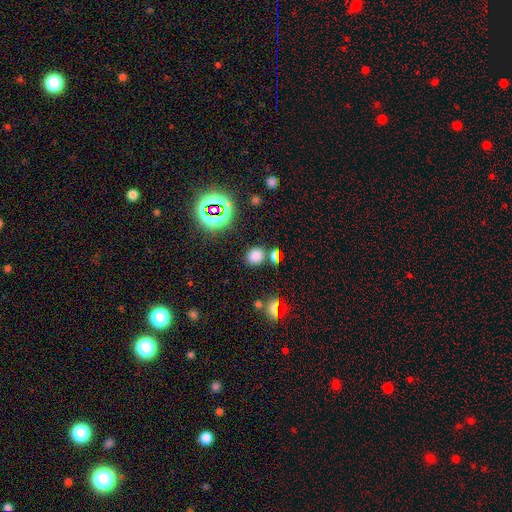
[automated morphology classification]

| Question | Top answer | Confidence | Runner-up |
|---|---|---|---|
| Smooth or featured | smooth | 71% | star or artifact (23%) |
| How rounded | round | 70% | in between (28%) |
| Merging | none | 79% | minor disturbance (9%) |